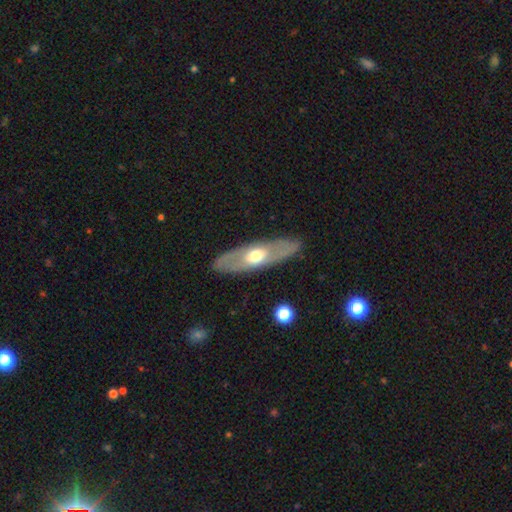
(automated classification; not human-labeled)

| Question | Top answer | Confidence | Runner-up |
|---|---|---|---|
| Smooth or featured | featured or disk | 65% | smooth (28%) |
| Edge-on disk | no | 58% | yes (42%) |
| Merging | none | 87% | minor disturbance (9%) |